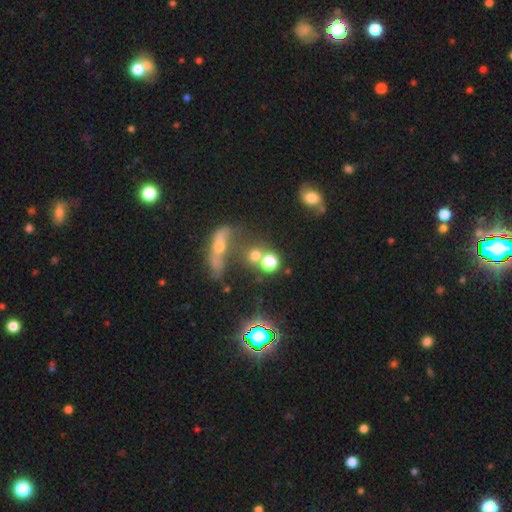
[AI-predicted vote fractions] Smooth or featured?
  - smooth: 59% *
  - star or artifact: 27%
  - featured or disk: 15%
How rounded?
  - round: 77% *
  - in between: 18%
  - cigar-shaped: 5%
Merging?
  - none: 46% *
  - merger: 37%
  - minor disturbance: 9%
  - major disturbance: 8%